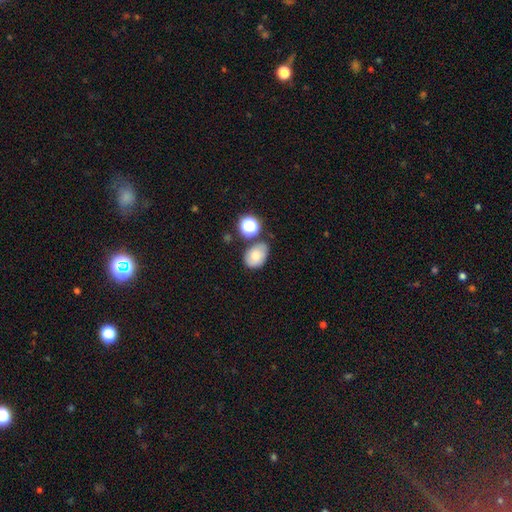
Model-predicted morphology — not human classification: A smooth galaxy with no disk features (74%) that is in between round and cigar-shaped (74%). Merging: none (59%).